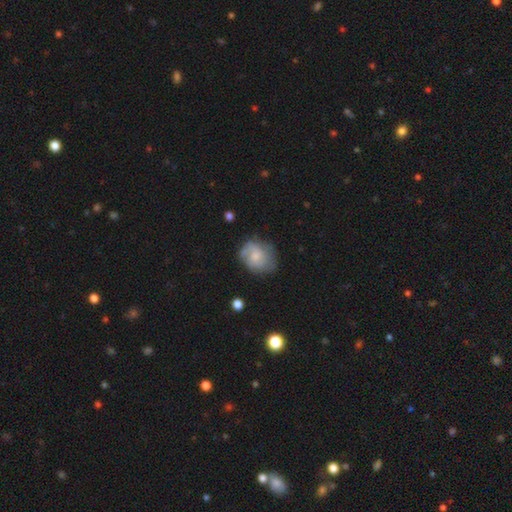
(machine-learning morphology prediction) This appears to be a smooth galaxy with no disk features (58%) that is in between round and cigar-shaped (51%). Merging: none (55%).